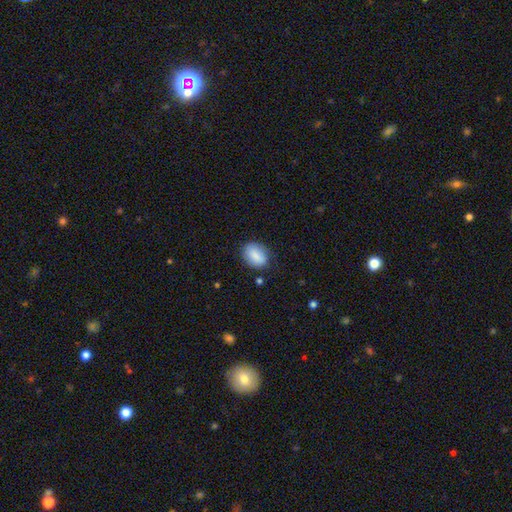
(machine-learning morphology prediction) smooth_or_featured: smooth (p=0.85) [alt: featured or disk p=0.08]
how_rounded: in between (p=0.72) [alt: round p=0.26]
merging: none (p=0.77) [alt: minor disturbance p=0.17]